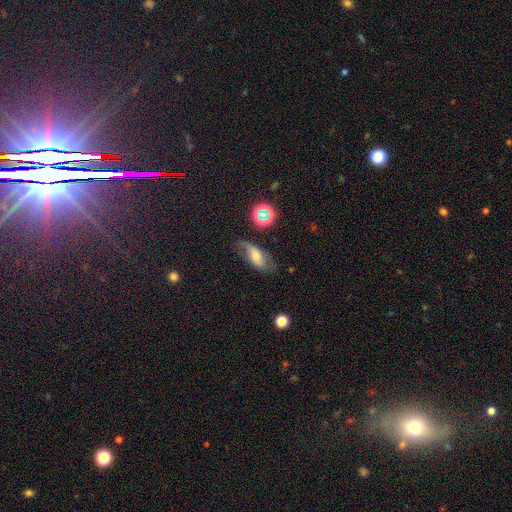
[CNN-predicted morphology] Smooth or featured: smooth — 49% (featured or disk — 38%)
Merging: none — 59% (minor disturbance — 26%)